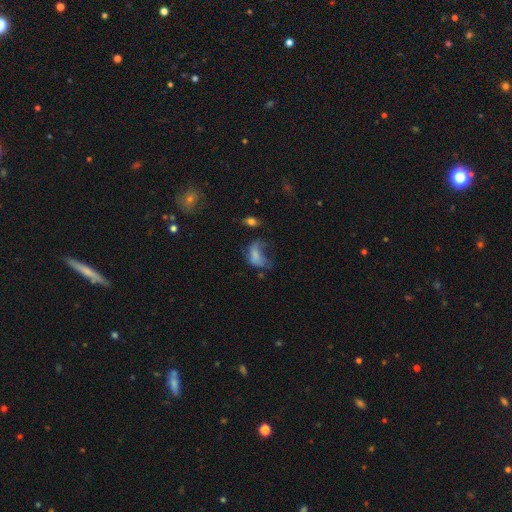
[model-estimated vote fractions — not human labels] A smooth galaxy with no disk features (58%) that is in between round and cigar-shaped (85%). Merging: major disturbance (51%).